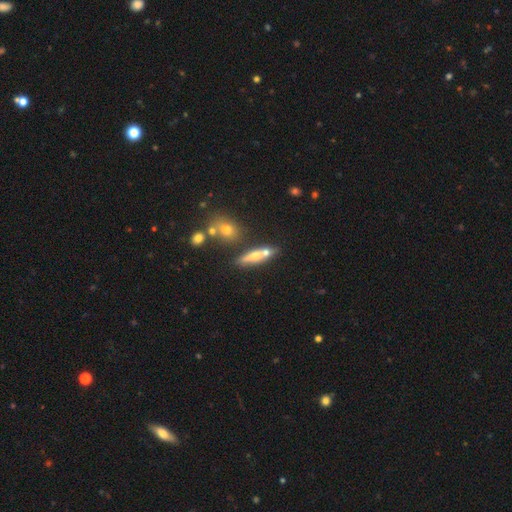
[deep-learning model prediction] Smooth or featured? smooth (47%)
Merging? none (57%)